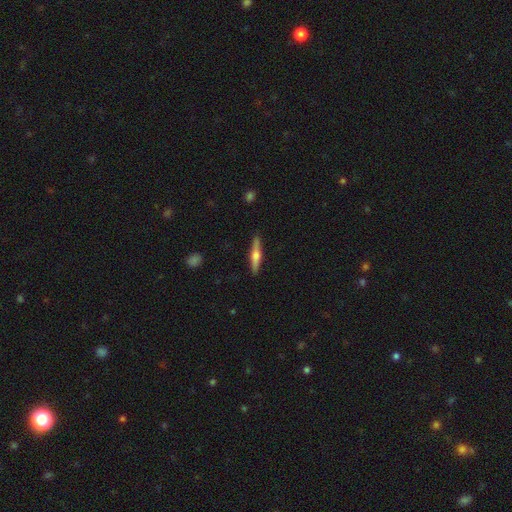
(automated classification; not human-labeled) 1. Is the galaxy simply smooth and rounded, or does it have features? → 56% featured or disk, 38% smooth, 6% star or artifact.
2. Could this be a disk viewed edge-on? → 96% yes, 4% no.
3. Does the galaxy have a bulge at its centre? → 89% rounded, 6% boxy, 5% none.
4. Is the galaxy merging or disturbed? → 90% none, 7% minor disturbance, 2% major disturbance, 1% merger.